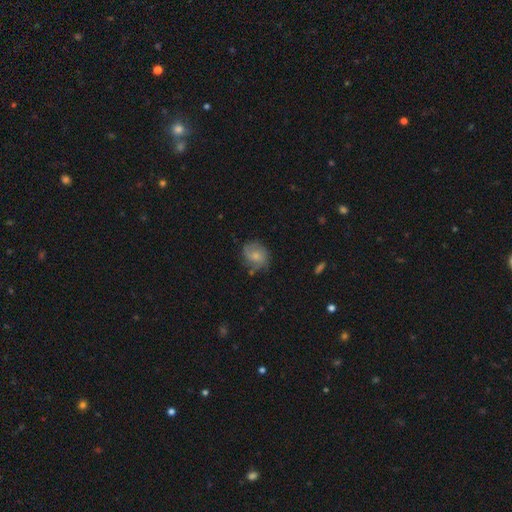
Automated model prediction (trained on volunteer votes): Smooth or featured?
  - smooth: 46% *
  - featured or disk: 45%
  - star or artifact: 8%
Merging?
  - none: 65% *
  - minor disturbance: 24%
  - major disturbance: 8%
  - merger: 3%